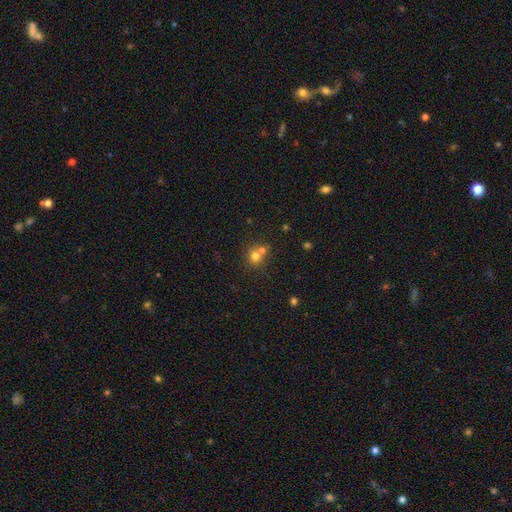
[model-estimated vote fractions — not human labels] The model was most divided on "merging": merger: 47%, none: 44%, minor disturbance: 6%, major disturbance: 2%. More confident: how rounded — round (84%); smooth or featured — smooth (72%).